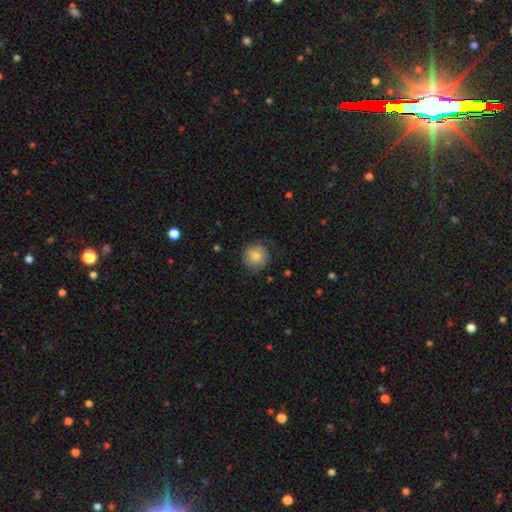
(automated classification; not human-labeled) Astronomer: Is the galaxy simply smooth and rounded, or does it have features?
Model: smooth — 78%.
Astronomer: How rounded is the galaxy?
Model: round — 91%.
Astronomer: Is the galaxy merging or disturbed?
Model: none — 72%.